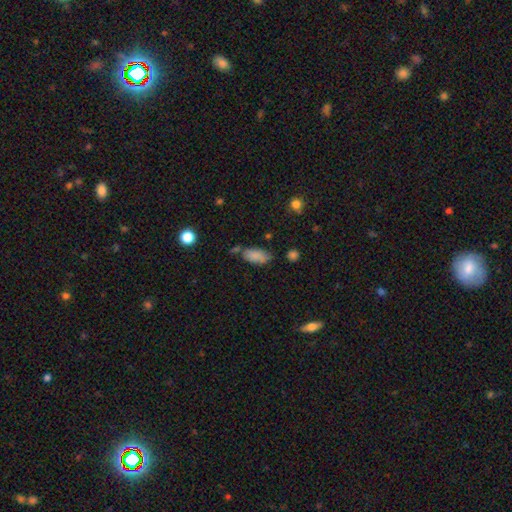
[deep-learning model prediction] smooth_or_featured: smooth (p=0.83) [alt: star or artifact p=0.09]
how_rounded: in between (p=0.89) [alt: cigar-shaped p=0.08]
merging: none (p=0.60) [alt: minor disturbance p=0.23]